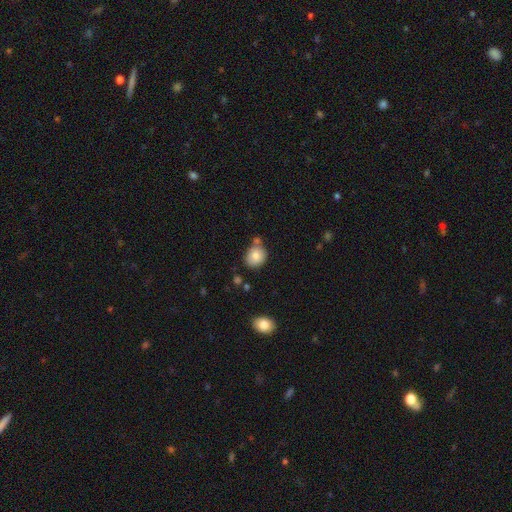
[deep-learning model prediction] Q: Smooth or featured?
A: smooth (81%); runner-up: featured or disk (10%)
Q: How rounded?
A: round (72%); runner-up: in between (27%)
Q: Merging?
A: none (69%); runner-up: minor disturbance (14%)